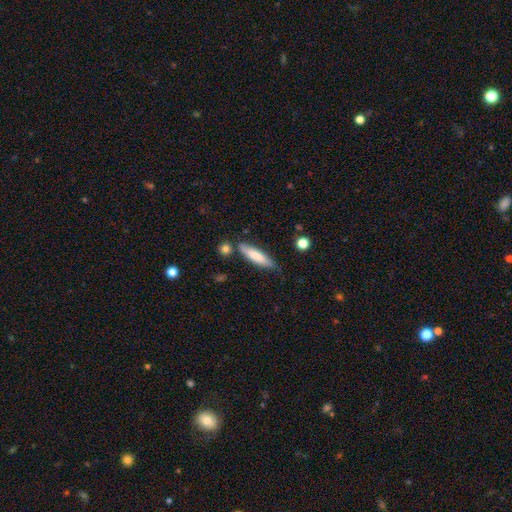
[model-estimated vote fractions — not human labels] smooth 75%, featured or disk 19%, star or artifact 6%. Down the decision tree: how rounded — cigar-shaped (73%); merging — none (72%).